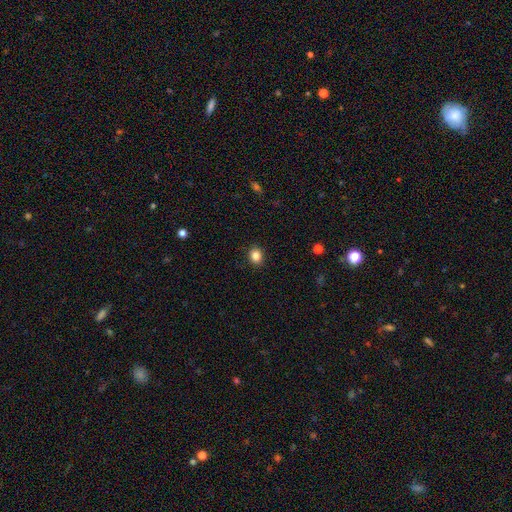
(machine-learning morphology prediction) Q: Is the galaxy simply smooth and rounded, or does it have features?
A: smooth — 85%.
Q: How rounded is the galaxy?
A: round — 62%.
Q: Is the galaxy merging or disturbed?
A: none — 91%.